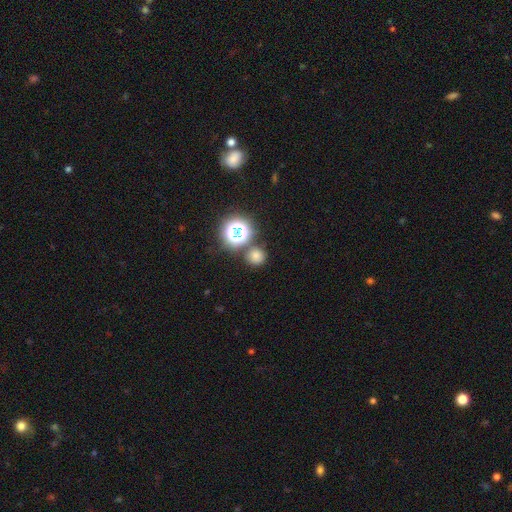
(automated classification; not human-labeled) smooth 68%, star or artifact 25%, featured or disk 6%. Down the decision tree: how rounded — round (91%); merging — none (79%).